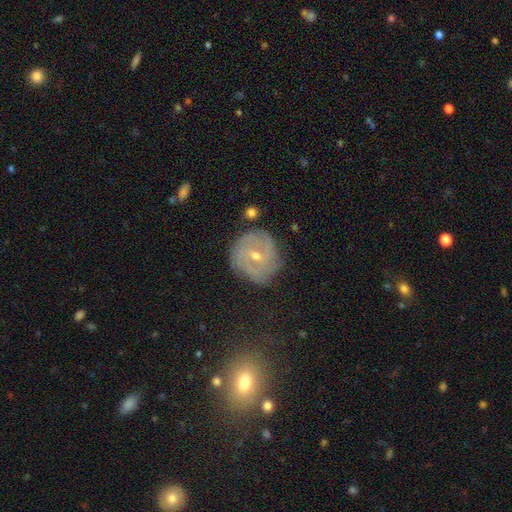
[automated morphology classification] A featured or disk galaxy (72%) with a weak bar (46%), tight (63%) spiral arms (84%) and a small central bulge (50%).

Vote fractions:
- Smooth or featured? featured or disk: 72% / smooth: 19% / star or artifact: 9%
- Edge-on disk? no: 96% / yes: 4%
- Bar? weak: 46% / no: 42% / strong: 12%
- Spiral arms? yes: 84% / no: 16%
- Spiral winding? tight: 63% / medium: 27% / loose: 10%
- Spiral arm count? can't tell: 40% / 2: 22% / 3: 19% / 4: 9% / 1: 5% / more than 4: 5%
- Bulge size? small: 50% / moderate: 48% / large: 1% / none: 1% / dominant: 1%
- Merging? none: 75% / minor disturbance: 17% / major disturbance: 5% / merger: 2%